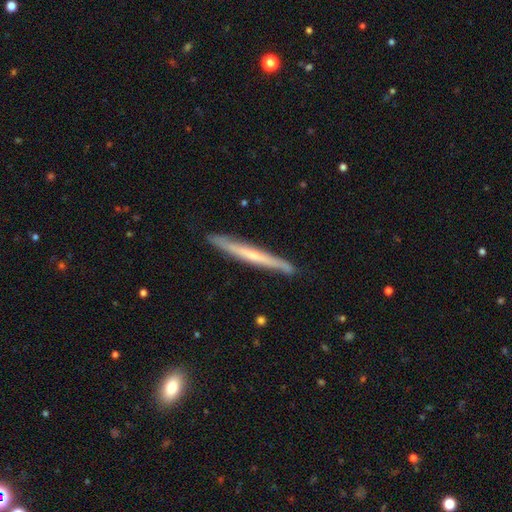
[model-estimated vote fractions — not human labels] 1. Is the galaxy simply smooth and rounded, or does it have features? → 61% featured or disk, 32% smooth, 6% star or artifact.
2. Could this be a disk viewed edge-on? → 95% yes, 5% no.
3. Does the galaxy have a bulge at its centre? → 58% none, 38% rounded, 5% boxy.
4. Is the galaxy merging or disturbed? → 89% none, 9% minor disturbance, 1% major disturbance, 1% merger.